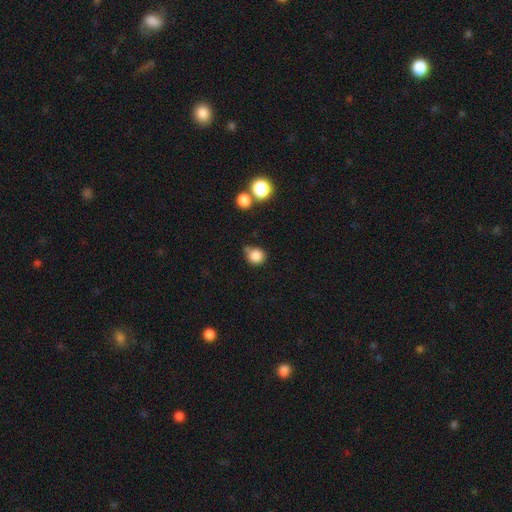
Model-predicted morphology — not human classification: The model was most divided on "merging": none: 59%, minor disturbance: 25%, merger: 10%, major disturbance: 6%. More confident: how rounded — round (86%); smooth or featured — smooth (84%).